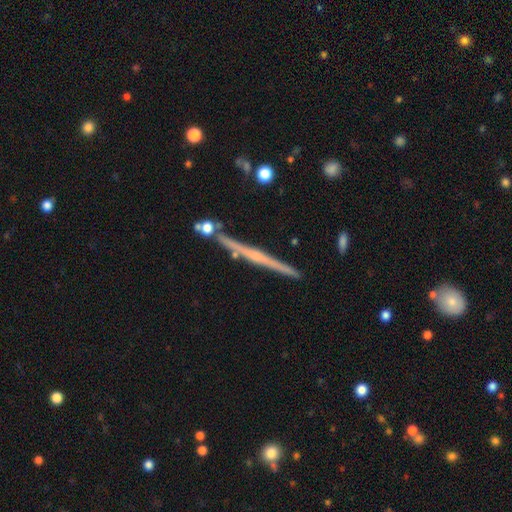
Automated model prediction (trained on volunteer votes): A featured or disk galaxy (71%) viewed edge-on (98%) with no central bulge (59%).

Vote fractions:
- Smooth or featured? featured or disk: 71% / smooth: 22% / star or artifact: 7%
- Edge-on disk? yes: 98% / no: 2%
- Edge-on bulge? none: 59% / rounded: 33% / boxy: 9%
- Merging? none: 86% / minor disturbance: 8% / merger: 4% / major disturbance: 2%